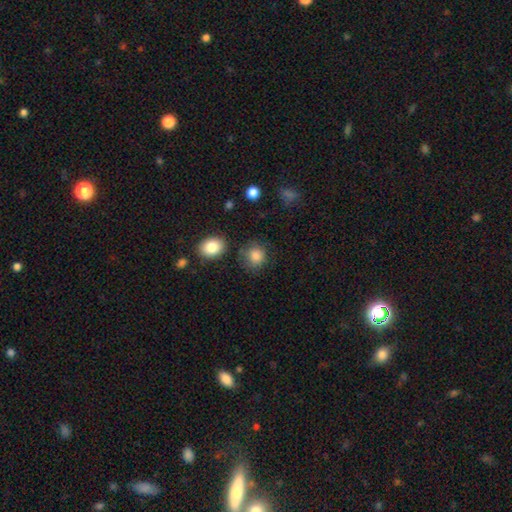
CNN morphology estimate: smooth_or_featured: smooth (p=0.85) [alt: star or artifact p=0.09]
how_rounded: round (p=0.80) [alt: in between p=0.19]
merging: none (p=0.72) [alt: minor disturbance p=0.18]